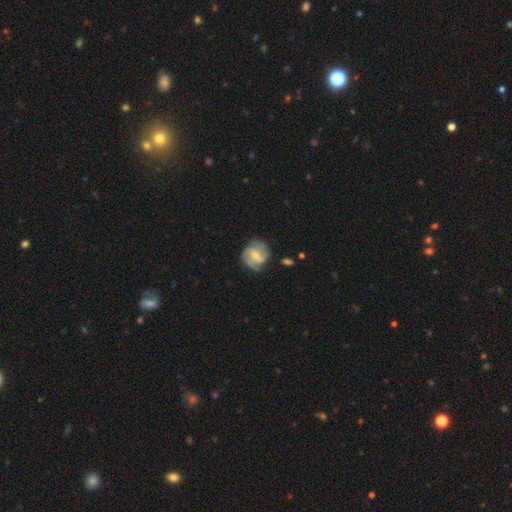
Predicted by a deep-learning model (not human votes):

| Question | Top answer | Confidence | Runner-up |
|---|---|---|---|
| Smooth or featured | featured or disk | 72% | smooth (23%) |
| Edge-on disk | no | 97% | yes (3%) |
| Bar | weak | 52% | no (25%) |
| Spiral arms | yes | 90% | no (10%) |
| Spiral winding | medium | 44% | tight (34%) |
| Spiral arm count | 2 | 51% | 3 (22%) |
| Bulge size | small | 50% | moderate (42%) |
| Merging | none | 69% | minor disturbance (21%) |